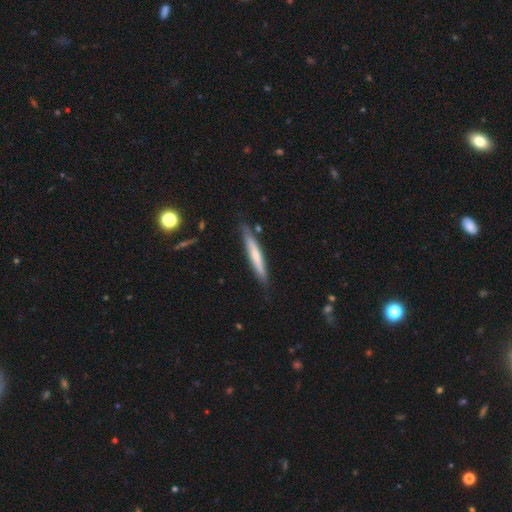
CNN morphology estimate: smooth-or-featured: smooth: 57% | featured or disk: 37% | star or artifact: 6%
  how-rounded: cigar-shaped: 95% | in between: 4% | round: 1%
  merging: none: 82% | minor disturbance: 13% | merger: 2% | major disturbance: 2%